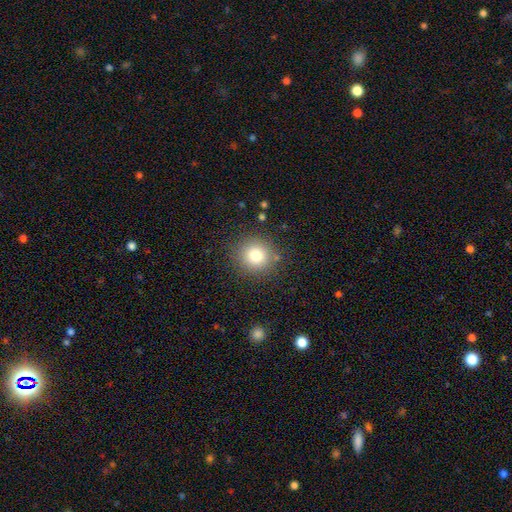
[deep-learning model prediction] smooth_or_featured: smooth (p=0.80) [alt: star or artifact p=0.12]
how_rounded: round (p=0.92) [alt: in between p=0.07]
merging: none (p=0.86) [alt: minor disturbance p=0.09]